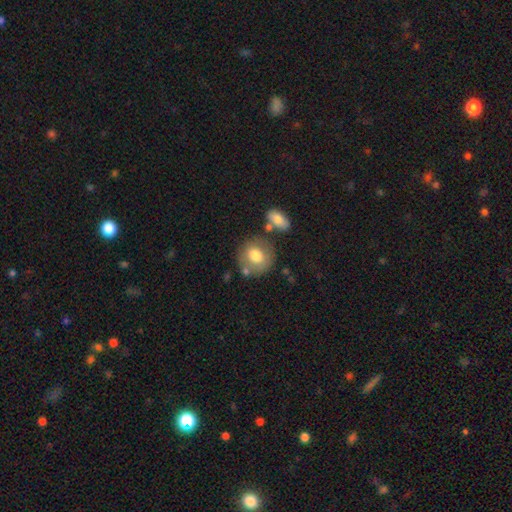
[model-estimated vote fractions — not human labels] A smooth galaxy with no disk features (73%) that is round (84%).

Vote fractions:
- Smooth or featured? smooth: 73% / featured or disk: 19% / star or artifact: 8%
- How rounded? round: 84% / in between: 15% / cigar-shaped: 1%
- Merging? none: 70% / minor disturbance: 14% / merger: 11% / major disturbance: 5%